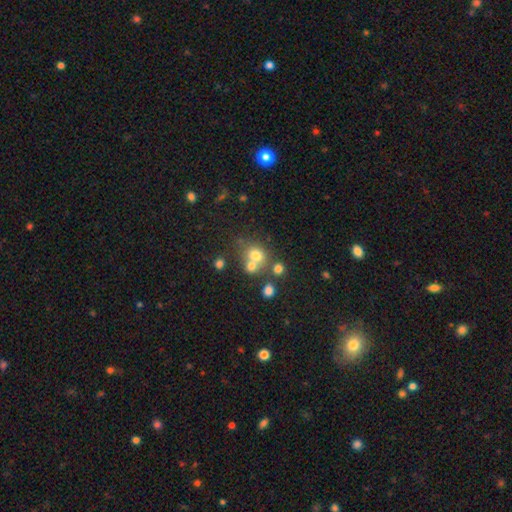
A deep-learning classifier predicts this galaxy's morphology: smooth_or_featured: smooth (p=0.68) [alt: star or artifact p=0.17]
how_rounded: round (p=0.71) [alt: in between p=0.28]
merging: none (p=0.43) [alt: merger p=0.42]